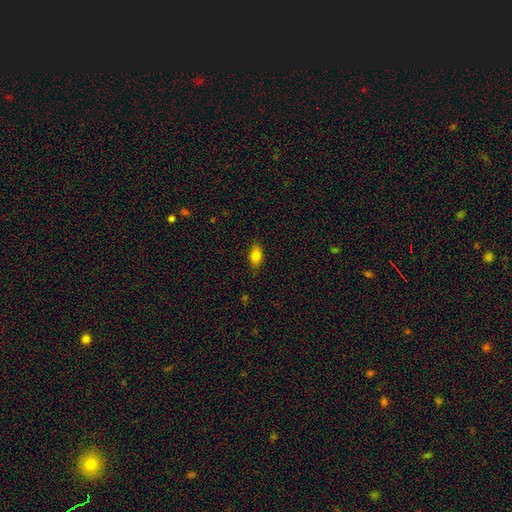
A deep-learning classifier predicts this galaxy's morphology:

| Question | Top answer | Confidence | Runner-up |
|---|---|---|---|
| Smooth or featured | smooth | 83% | star or artifact (9%) |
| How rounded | in between | 89% | round (7%) |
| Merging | none | 85% | minor disturbance (11%) |